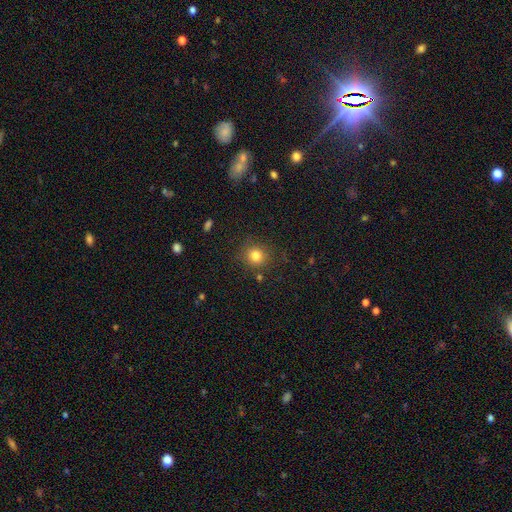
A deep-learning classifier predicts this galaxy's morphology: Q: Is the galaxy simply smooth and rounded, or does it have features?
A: smooth — 81%.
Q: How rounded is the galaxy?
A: round — 89%.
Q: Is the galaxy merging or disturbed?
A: none — 85%.